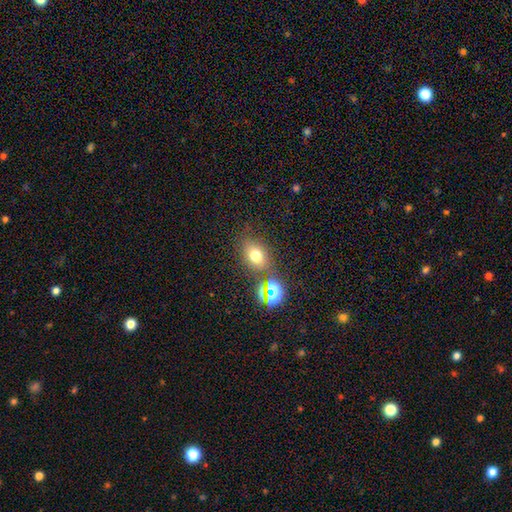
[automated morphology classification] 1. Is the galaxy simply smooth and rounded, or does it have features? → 67% smooth, 22% star or artifact, 11% featured or disk.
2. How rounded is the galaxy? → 60% in between, 39% round, 2% cigar-shaped.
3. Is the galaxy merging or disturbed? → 71% none, 12% minor disturbance, 12% merger, 5% major disturbance.